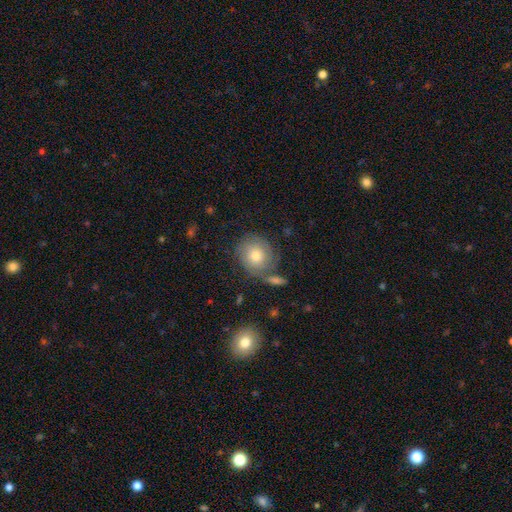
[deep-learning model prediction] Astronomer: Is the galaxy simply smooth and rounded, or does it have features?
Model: smooth — 60%.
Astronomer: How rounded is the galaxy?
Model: round — 84%.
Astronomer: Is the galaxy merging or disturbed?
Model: none — 67%.